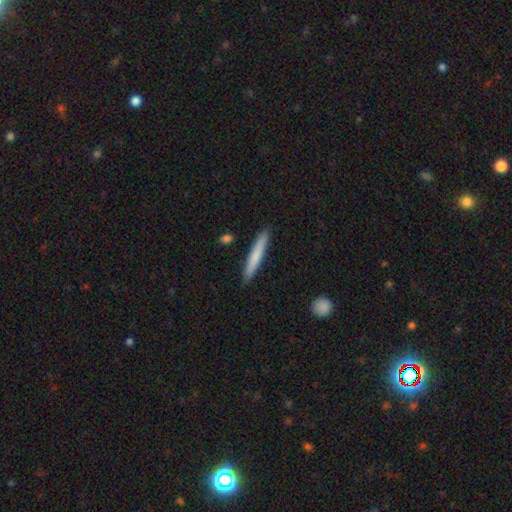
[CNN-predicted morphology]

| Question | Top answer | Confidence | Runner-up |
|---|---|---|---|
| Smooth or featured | smooth | 72% | featured or disk (22%) |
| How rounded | cigar-shaped | 95% | in between (4%) |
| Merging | none | 90% | minor disturbance (7%) |